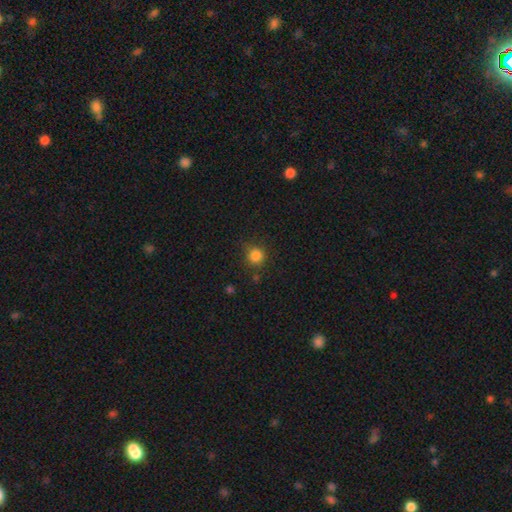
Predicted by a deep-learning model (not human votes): A smooth galaxy with no disk features (83%) that is round (92%).

Vote fractions:
- Smooth or featured? smooth: 83% / star or artifact: 12% / featured or disk: 4%
- How rounded? round: 92% / in between: 7% / cigar-shaped: 1%
- Merging? none: 81% / minor disturbance: 12% / major disturbance: 4% / merger: 3%